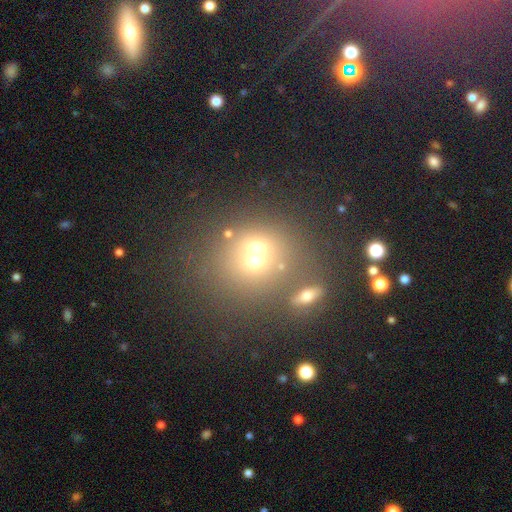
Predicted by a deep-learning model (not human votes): Smooth or featured: smooth — 60% (featured or disk — 21%)
How rounded: round — 79% (in between — 20%)
Merging: merger — 53% (none — 36%)